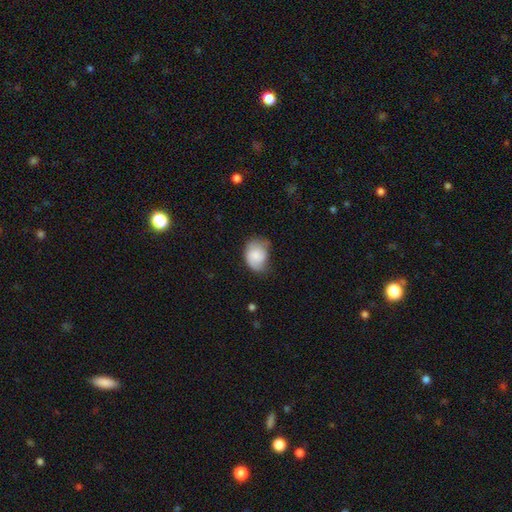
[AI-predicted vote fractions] Smooth or featured?
  - smooth: 76% *
  - featured or disk: 17%
  - star or artifact: 7%
How rounded?
  - in between: 64% *
  - round: 35%
  - cigar-shaped: 1%
Merging?
  - none: 44% *
  - minor disturbance: 41%
  - major disturbance: 13%
  - merger: 2%